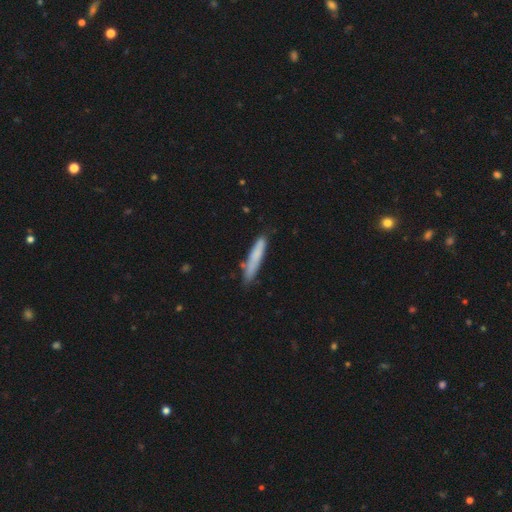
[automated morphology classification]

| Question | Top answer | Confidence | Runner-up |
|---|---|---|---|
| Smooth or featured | smooth | 75% | featured or disk (19%) |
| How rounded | cigar-shaped | 92% | in between (7%) |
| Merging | none | 77% | minor disturbance (17%) |